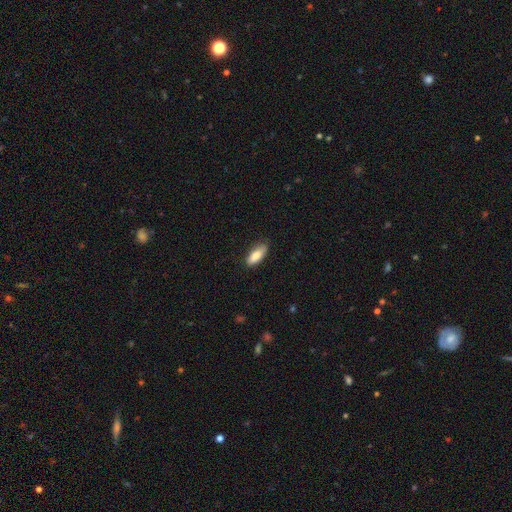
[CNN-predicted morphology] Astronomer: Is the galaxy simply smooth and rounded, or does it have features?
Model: smooth — 83%.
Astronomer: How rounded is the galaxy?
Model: in between — 76%.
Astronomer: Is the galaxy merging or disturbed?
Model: none — 82%.